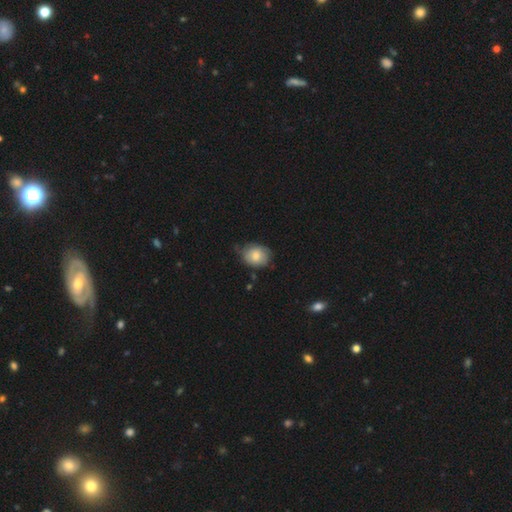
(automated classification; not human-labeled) Morphology: type=smooth (77%); roundness=round (50%); merging=none (58%).